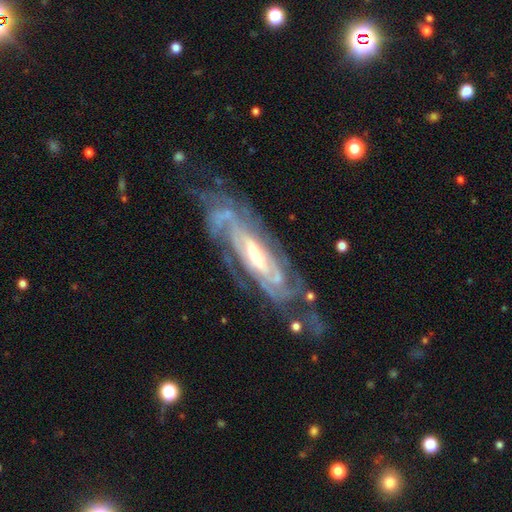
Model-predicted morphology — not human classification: This appears to be a featured or disk galaxy (88%) with no bar (38%), tight (64%) spiral arms (96%) and a moderate central bulge (50%). Merging: none (64%).